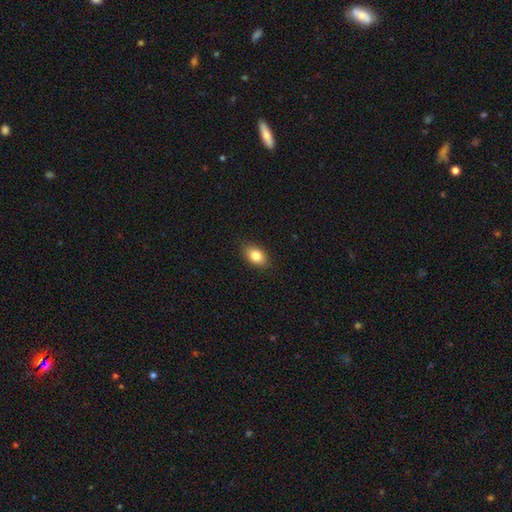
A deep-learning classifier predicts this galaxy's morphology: Smooth or featured? smooth (83%)
How rounded? in between (84%)
Merging? none (87%)